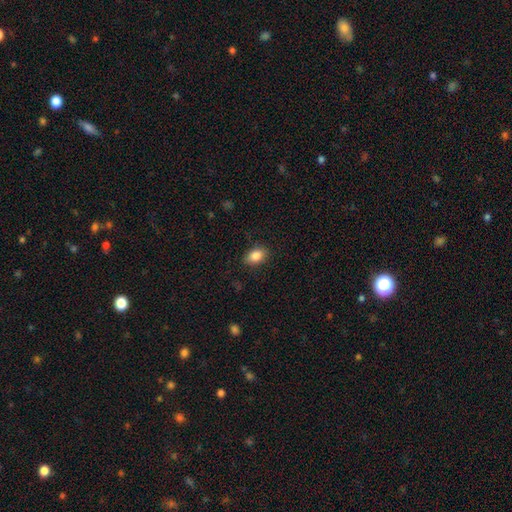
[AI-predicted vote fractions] smooth_or_featured: smooth (p=0.85) [alt: star or artifact p=0.09]
how_rounded: in between (p=0.85) [alt: round p=0.14]
merging: none (p=0.86) [alt: minor disturbance p=0.11]